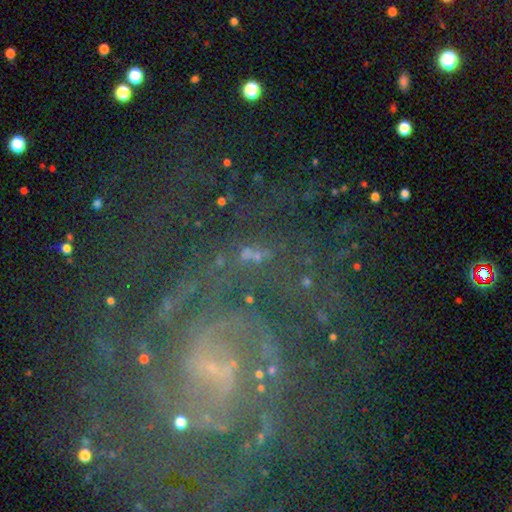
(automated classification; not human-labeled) smooth-or-featured: featured or disk: 58% | star or artifact: 29% | smooth: 13%
  disk-edge-on: no: 96% | yes: 4%
    bar: no: 41% | weak: 35% | strong: 24%
    has-spiral-arms: yes: 87% | no: 13%
    bulge-size: small: 61% | moderate: 18% | none: 15% | large: 3% | dominant: 2%
  merging: none: 63% | minor disturbance: 16% | major disturbance: 15% | merger: 6%